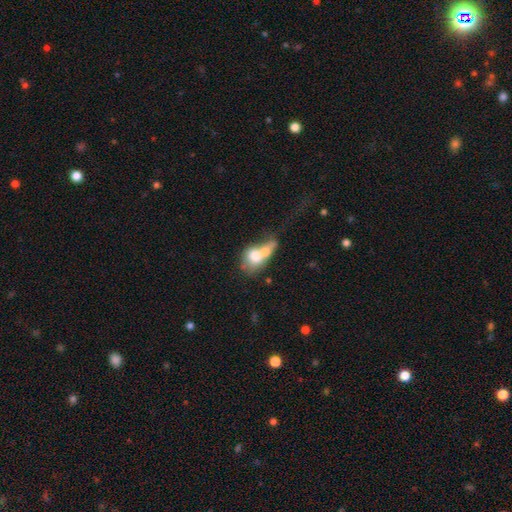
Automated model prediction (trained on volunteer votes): Smooth or featured?
  - smooth: 65% *
  - featured or disk: 27%
  - star or artifact: 8%
How rounded?
  - in between: 59% *
  - round: 38%
  - cigar-shaped: 4%
Merging?
  - merger: 70% *
  - none: 13%
  - major disturbance: 10%
  - minor disturbance: 7%